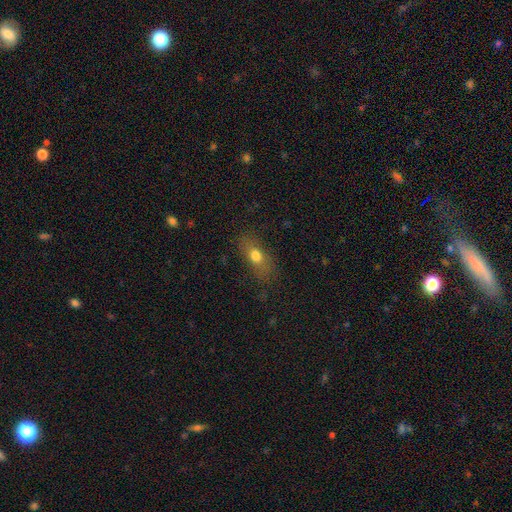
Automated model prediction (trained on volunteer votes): This is likely a smooth galaxy (71%). How rounded: likely in between (70%). Merging: likely none (73%).